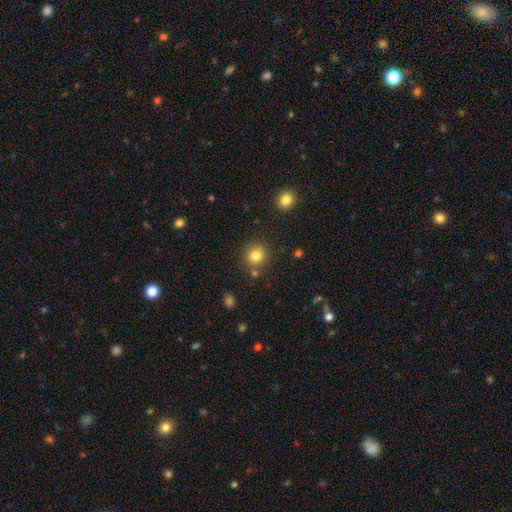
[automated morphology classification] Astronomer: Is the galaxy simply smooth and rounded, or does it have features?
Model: smooth — 81%.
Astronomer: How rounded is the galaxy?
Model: round — 87%.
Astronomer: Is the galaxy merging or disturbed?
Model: none — 80%.